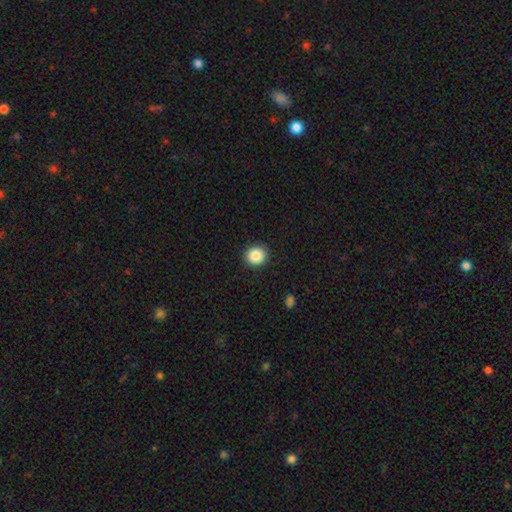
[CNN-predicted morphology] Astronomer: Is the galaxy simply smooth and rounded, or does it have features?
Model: smooth — 87%.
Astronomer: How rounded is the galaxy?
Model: round — 85%.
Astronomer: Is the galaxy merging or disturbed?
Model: none — 91%.